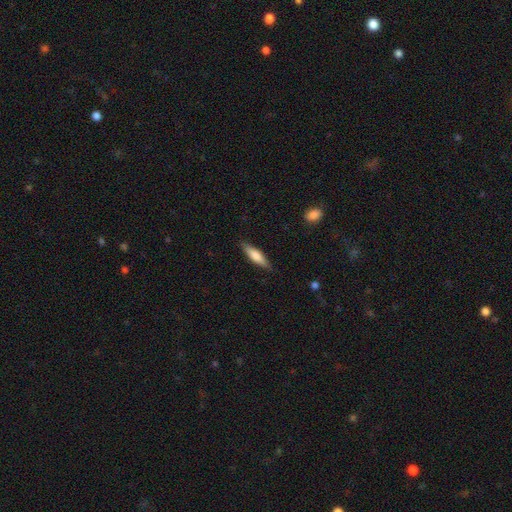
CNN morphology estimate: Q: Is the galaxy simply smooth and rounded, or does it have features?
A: smooth — 69%.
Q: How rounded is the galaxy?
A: cigar-shaped — 71%.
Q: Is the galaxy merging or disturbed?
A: none — 86%.